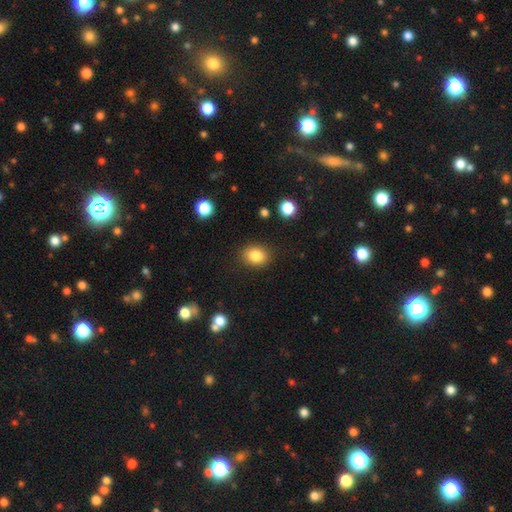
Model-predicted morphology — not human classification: The model was most divided on "how rounded": in between: 52%, round: 47%, cigar-shaped: 1%. More confident: merging — none (87%); smooth or featured — smooth (84%).